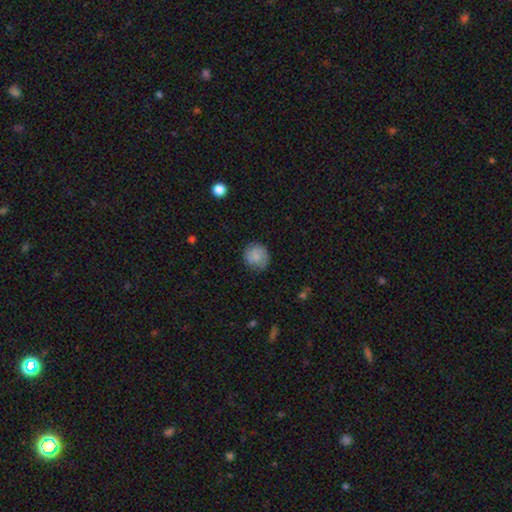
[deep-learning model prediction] This appears to be a smooth galaxy with no disk features (75%) that is round (86%). Merging: none (77%).